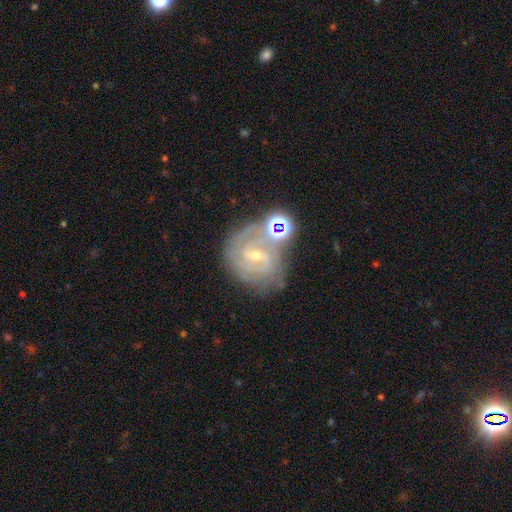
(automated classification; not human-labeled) Morphology: type=featured or disk (83%); edge-on=no (97%); bar=weak (49%); spiral arms=yes (96%); winding=tight (66%); arm count=2 (36%); bulge=small (69%); merging=none (63%).